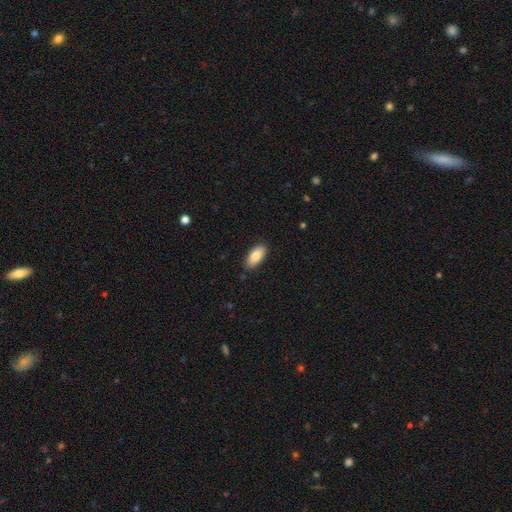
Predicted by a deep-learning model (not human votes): This appears to be a smooth galaxy with no disk features (82%) that is in between round and cigar-shaped (90%). Merging: none (88%).